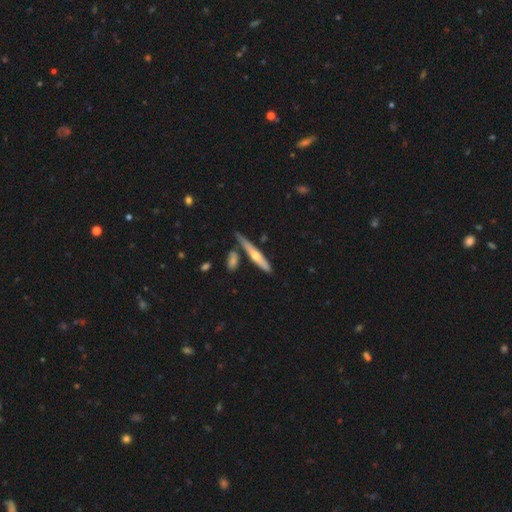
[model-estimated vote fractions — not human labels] A featured or disk galaxy (49%).

Vote fractions:
- Smooth or featured? featured or disk: 49% / smooth: 45% / star or artifact: 6%
- Merging? none: 70% / minor disturbance: 17% / merger: 10% / major disturbance: 4%